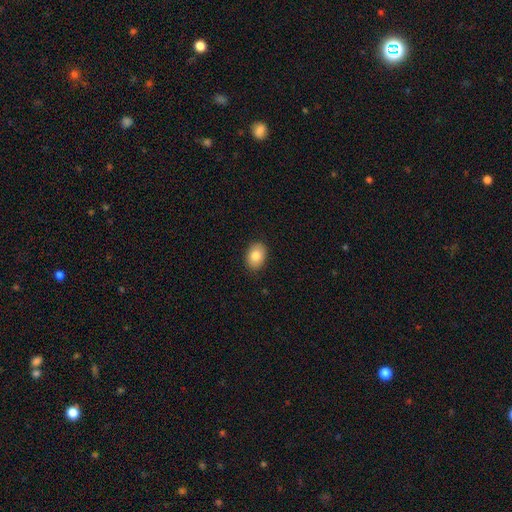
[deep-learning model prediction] smooth 83%, featured or disk 9%, star or artifact 8%. Down the decision tree: how rounded — in between (79%); merging — none (88%).